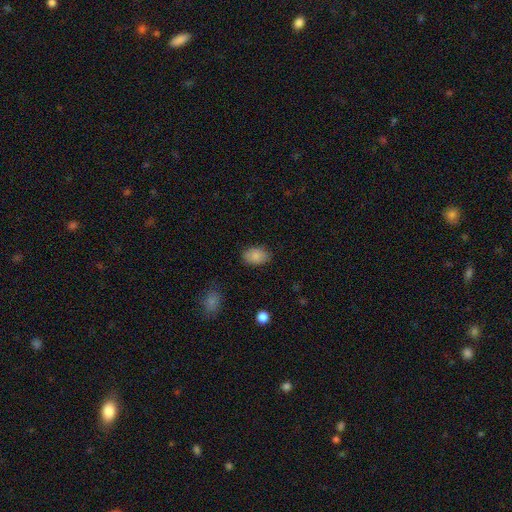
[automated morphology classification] The model was most divided on "merging": none: 85%, minor disturbance: 11%, major disturbance: 3%, merger: 1%. More confident: smooth or featured — smooth (87%); how rounded — in between (86%).